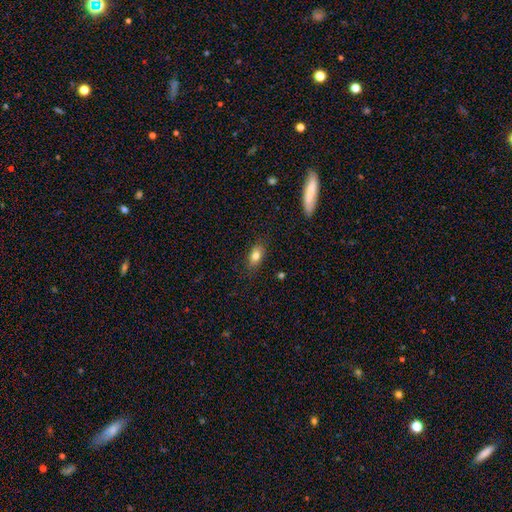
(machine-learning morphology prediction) Q: Smooth or featured?
A: smooth (80%); runner-up: featured or disk (12%)
Q: How rounded?
A: in between (84%); runner-up: round (10%)
Q: Merging?
A: none (84%); runner-up: minor disturbance (12%)